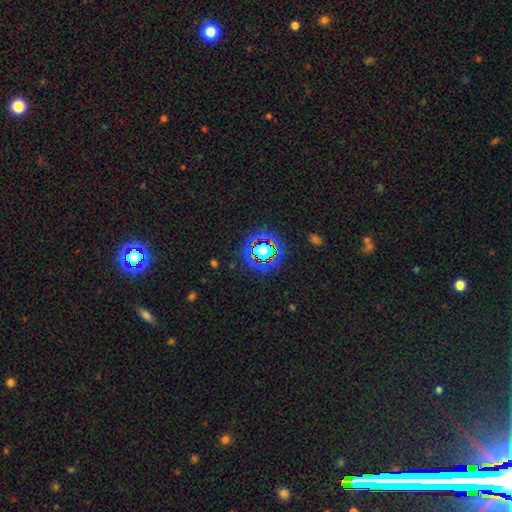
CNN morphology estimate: Overall: star or artifact (76%).